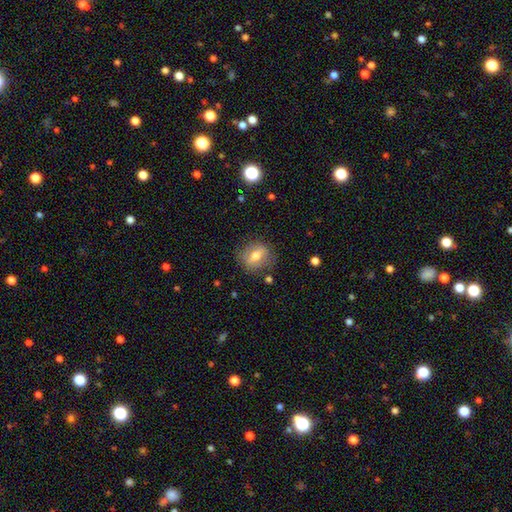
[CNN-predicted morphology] This is possibly a smooth galaxy (58%). How rounded: likely round (68%). Merging: likely none (80%).